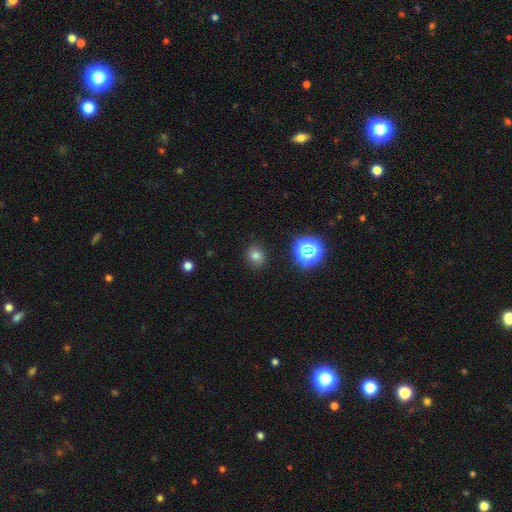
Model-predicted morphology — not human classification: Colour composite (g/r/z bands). It shows a smooth galaxy with no disk features (74%) that is round (71%). Merging: none (87%).